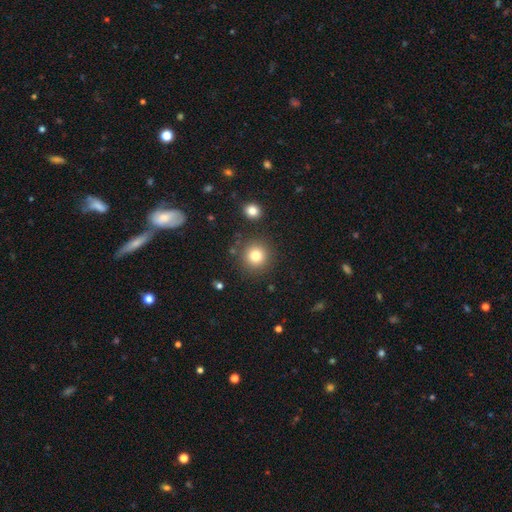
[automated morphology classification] Smooth or featured: smooth — 80% (star or artifact — 12%)
How rounded: round — 94% (in between — 5%)
Merging: none — 86% (minor disturbance — 7%)